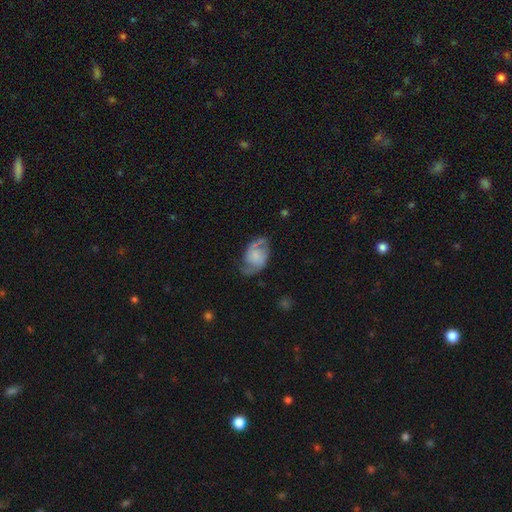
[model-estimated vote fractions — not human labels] Smooth or featured? featured or disk (65%)
Edge-on disk? no (97%)
Bar? no (70%)
Spiral arms? yes (87%)
Spiral winding? medium (44%)
Spiral arm count? 2 (86%)
Bulge size? small (38%)
Merging? none (54%)